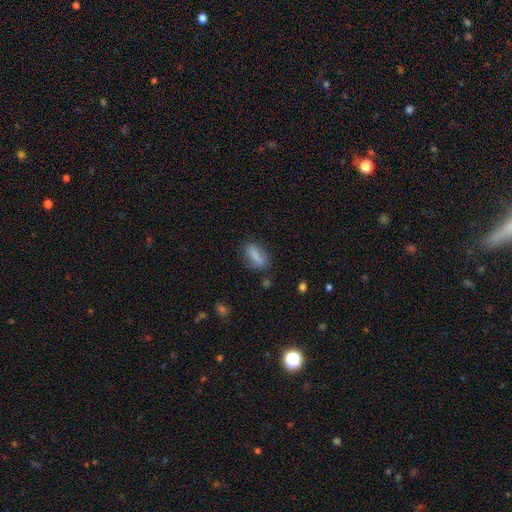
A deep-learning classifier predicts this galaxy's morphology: This appears to be a smooth galaxy with no disk features (80%) that is in between round and cigar-shaped (66%). Merging: none (74%).